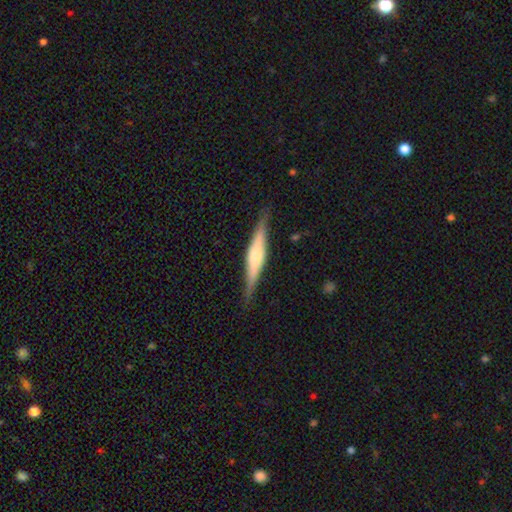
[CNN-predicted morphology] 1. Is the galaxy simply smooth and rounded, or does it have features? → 63% featured or disk, 31% smooth, 6% star or artifact.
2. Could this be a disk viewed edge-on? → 96% yes, 4% no.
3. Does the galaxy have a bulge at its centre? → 66% rounded, 24% boxy, 10% none.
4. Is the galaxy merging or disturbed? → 86% none, 11% minor disturbance, 2% major disturbance, 1% merger.